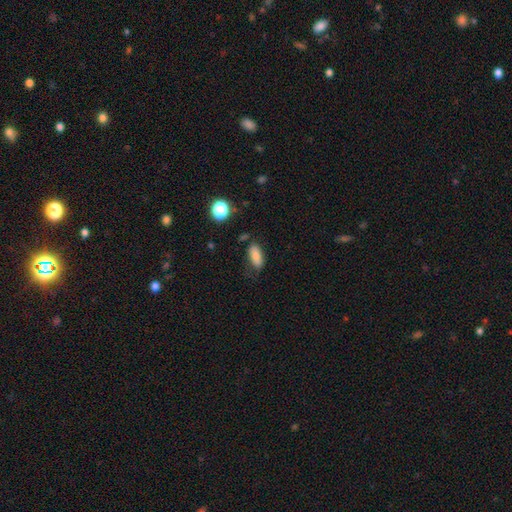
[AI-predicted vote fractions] Smooth or featured: smooth — 81% (featured or disk — 10%)
How rounded: in between — 85% (cigar-shaped — 11%)
Merging: none — 69% (minor disturbance — 21%)